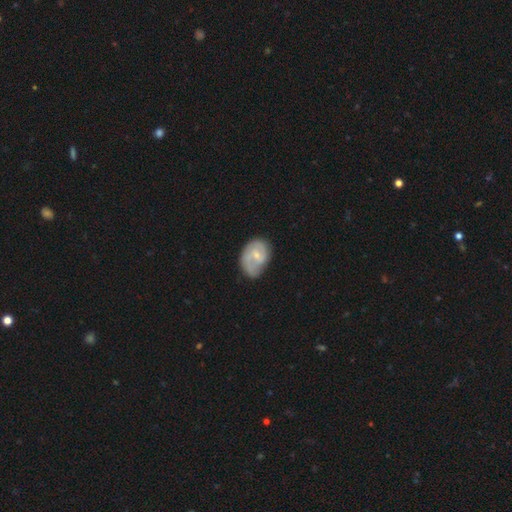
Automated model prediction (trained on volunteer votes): This appears to be a featured or disk galaxy (58%) with no bar (52%), spiral arms (77%) and a small central bulge (60%). Merging: none (42%).